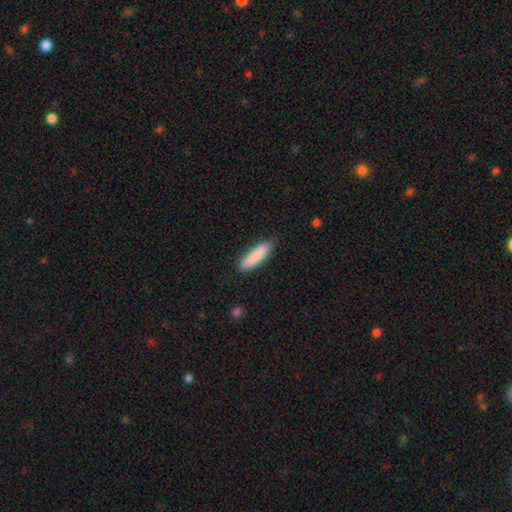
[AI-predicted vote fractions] smooth 87%, featured or disk 7%, star or artifact 6%. Down the decision tree: how rounded — cigar-shaped (73%); merging — none (81%).